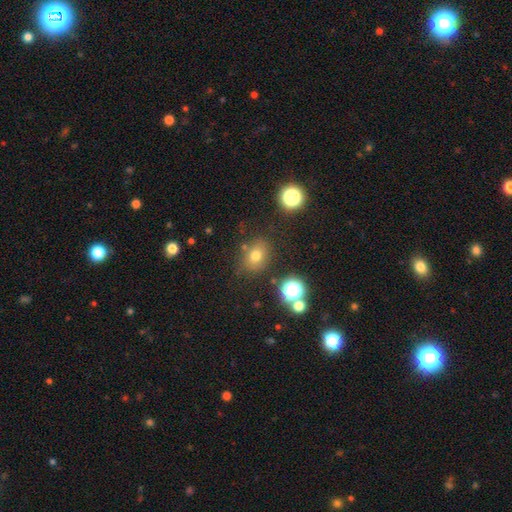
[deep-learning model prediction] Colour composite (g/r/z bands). It shows a smooth galaxy with no disk features (71%) that is round (50%). Merging: none (80%).